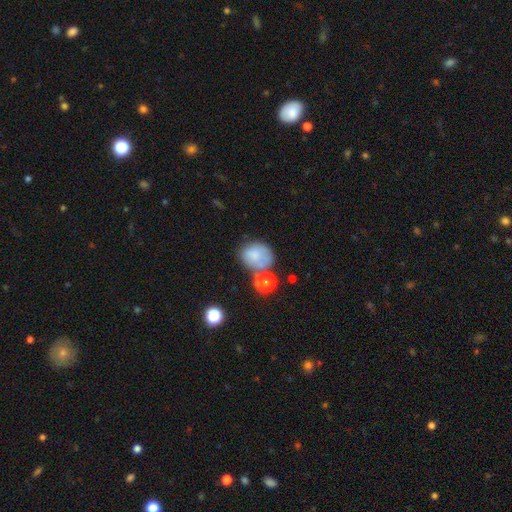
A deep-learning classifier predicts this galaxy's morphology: A smooth galaxy with no disk features (71%) that is round (50%).

Vote fractions:
- Smooth or featured? smooth: 71% / featured or disk: 19% / star or artifact: 11%
- How rounded? round: 50% / in between: 49% / cigar-shaped: 1%
- Merging? none: 39% / minor disturbance: 24% / merger: 24% / major disturbance: 14%